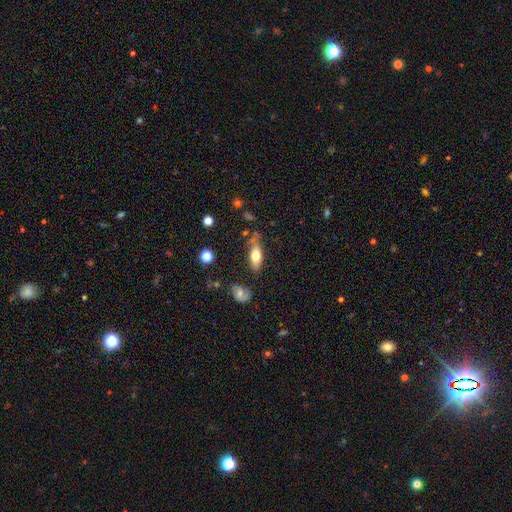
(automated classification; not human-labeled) smooth_or_featured: smooth (p=0.65) [alt: featured or disk p=0.28]
how_rounded: in between (p=0.74) [alt: cigar-shaped p=0.22]
merging: none (p=0.63) [alt: minor disturbance p=0.22]